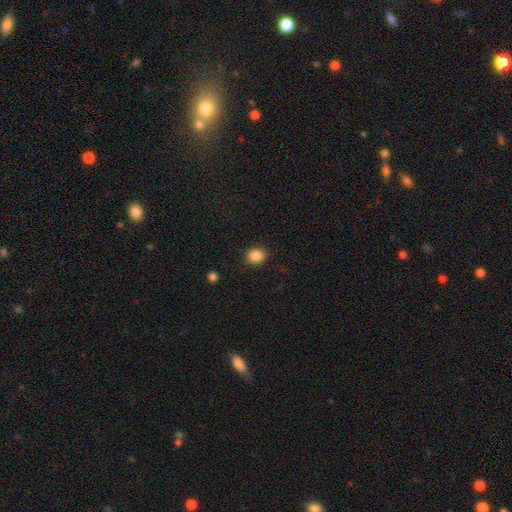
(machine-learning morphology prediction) smooth 86%, star or artifact 10%, featured or disk 4%. Down the decision tree: how rounded — round (74%); merging — none (88%).